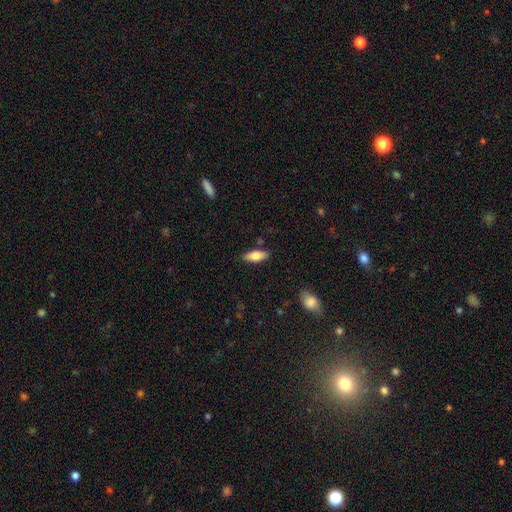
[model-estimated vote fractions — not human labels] Smooth or featured: smooth — 74% (featured or disk — 20%)
How rounded: in between — 73% (cigar-shaped — 25%)
Merging: none — 85% (minor disturbance — 11%)